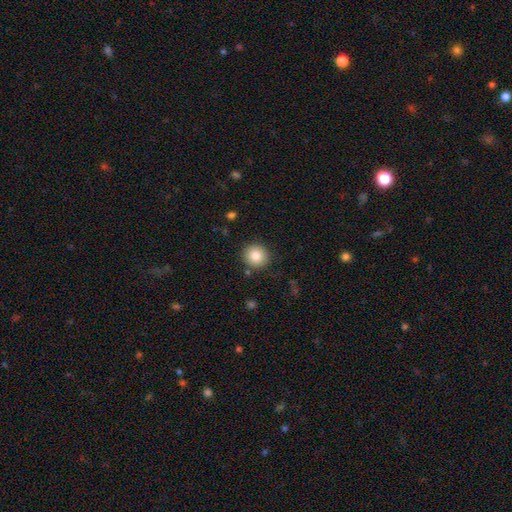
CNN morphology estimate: Smooth or featured? Predicted: smooth (p=0.83). How rounded? Predicted: round (p=0.92). Merging? Predicted: none (p=0.88).